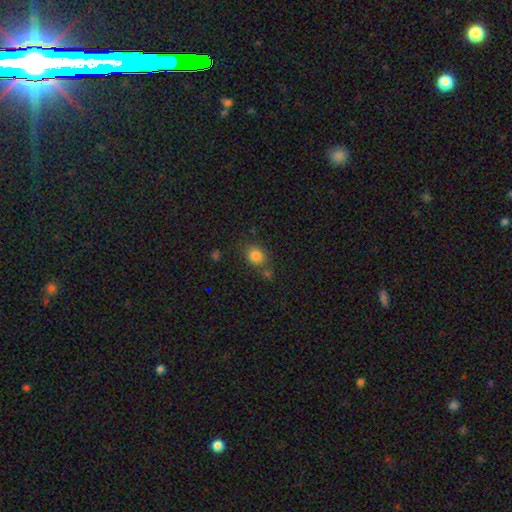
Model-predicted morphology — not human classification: Overall: smooth (82%). How rounded: round (54%; in between 45%). Merging: none (66%).